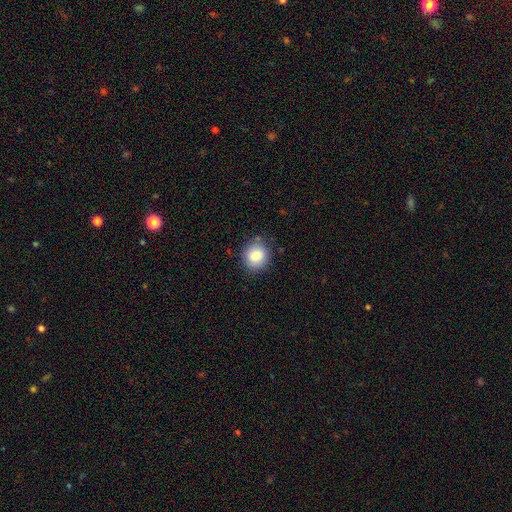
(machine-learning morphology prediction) Overall: smooth (84%). How rounded: round (83%). Merging: none (84%).